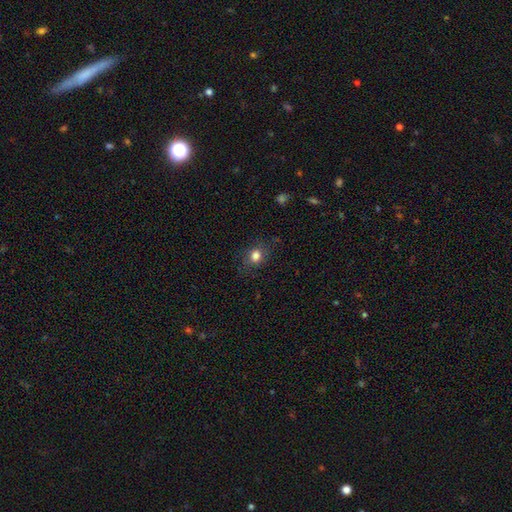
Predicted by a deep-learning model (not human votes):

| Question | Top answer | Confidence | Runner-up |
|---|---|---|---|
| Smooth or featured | smooth | 80% | star or artifact (12%) |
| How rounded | round | 56% | in between (43%) |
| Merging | none | 79% | minor disturbance (15%) |